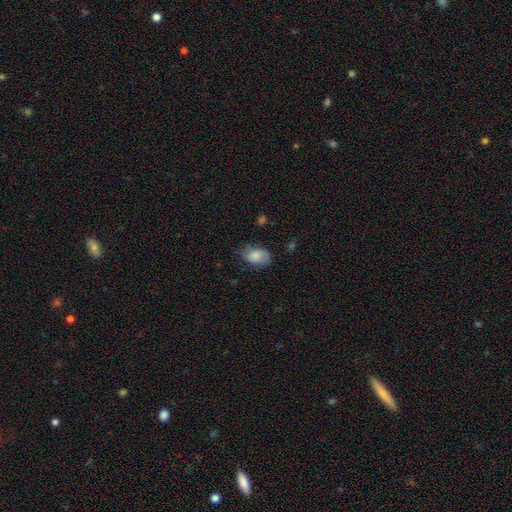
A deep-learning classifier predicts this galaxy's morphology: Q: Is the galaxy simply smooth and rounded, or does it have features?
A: smooth — 80%.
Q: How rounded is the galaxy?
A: in between — 86%.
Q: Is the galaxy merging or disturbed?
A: none — 63%.